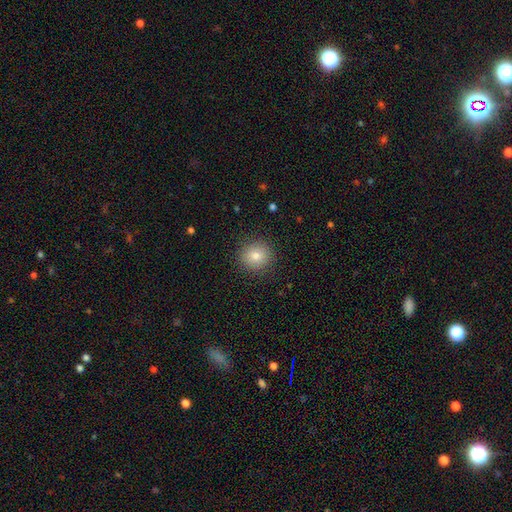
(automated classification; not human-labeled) Smooth or featured: smooth — 80% (star or artifact — 11%)
How rounded: round — 89% (in between — 10%)
Merging: none — 91% (minor disturbance — 6%)